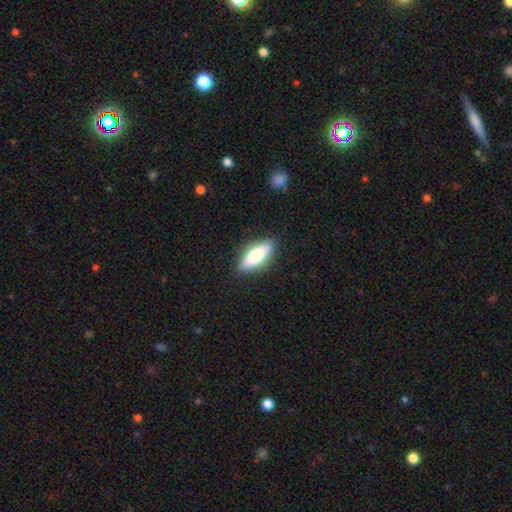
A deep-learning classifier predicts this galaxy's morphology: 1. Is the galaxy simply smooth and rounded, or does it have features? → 75% smooth, 19% featured or disk, 6% star or artifact.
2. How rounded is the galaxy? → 68% in between, 29% cigar-shaped, 2% round.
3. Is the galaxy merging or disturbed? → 86% none, 10% minor disturbance, 2% major disturbance, 1% merger.